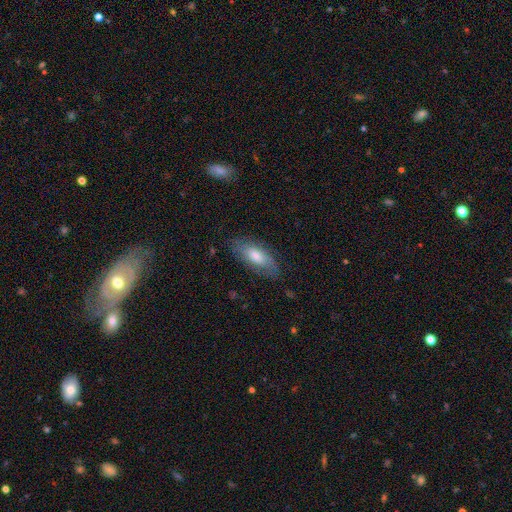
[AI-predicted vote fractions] smooth_or_featured: smooth (p=0.61) [alt: featured or disk p=0.32]
how_rounded: in between (p=0.77) [alt: cigar-shaped p=0.21]
merging: none (p=0.77) [alt: minor disturbance p=0.18]